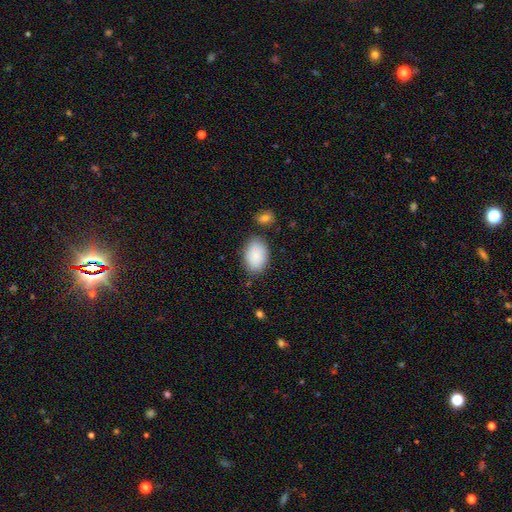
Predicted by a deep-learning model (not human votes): smooth_or_featured: smooth (p=0.88) [alt: star or artifact p=0.06]
how_rounded: in between (p=0.88) [alt: round p=0.11]
merging: none (p=0.74) [alt: minor disturbance p=0.17]